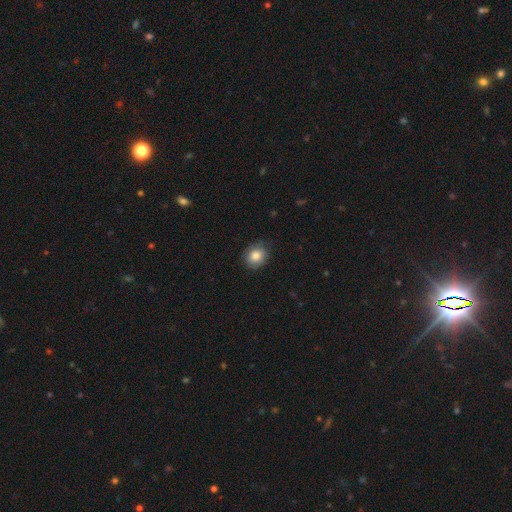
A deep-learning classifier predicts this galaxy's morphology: The model was most divided on "how rounded": round: 66%, in between: 33%, cigar-shaped: 1%. More confident: smooth or featured — smooth (83%); merging — none (78%).